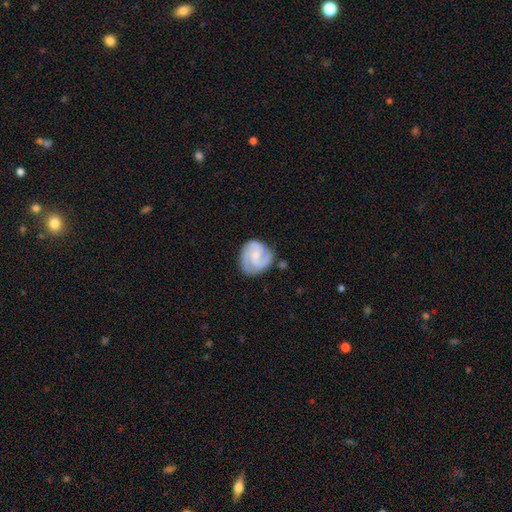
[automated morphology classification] The model was most divided on "bar": weak: 47%, no: 44%, strong: 10%. Remaining: edge-on disk — no (98%); spiral arms — yes (96%); smooth or featured — featured or disk (77%); merging — none (72%); spiral arm count — 2 (50%); bulge size — small (48%); spiral winding — medium (47%).